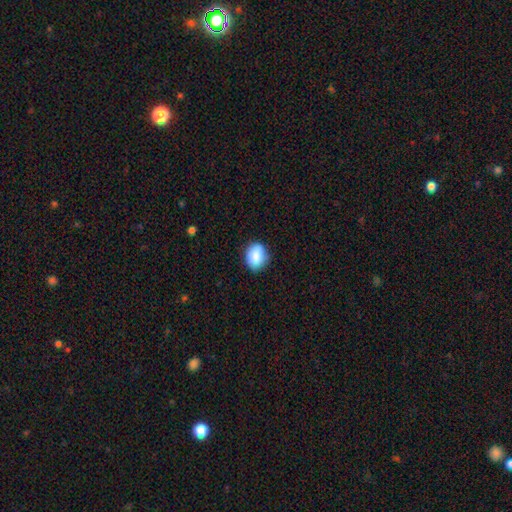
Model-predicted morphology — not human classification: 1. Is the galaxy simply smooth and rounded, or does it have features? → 86% smooth, 8% star or artifact, 6% featured or disk.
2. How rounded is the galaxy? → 55% in between, 44% round, 1% cigar-shaped.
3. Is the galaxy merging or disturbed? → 78% none, 17% minor disturbance, 3% major disturbance, 1% merger.